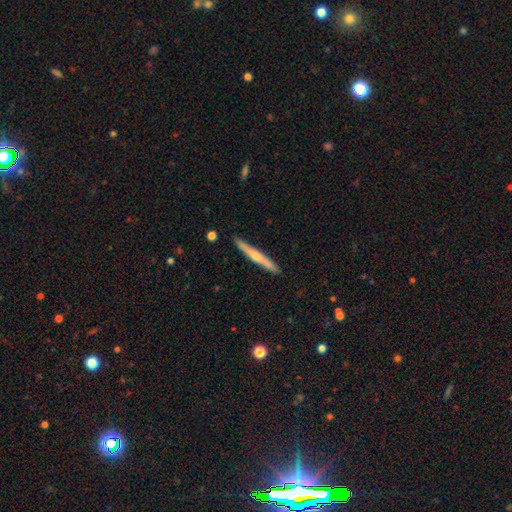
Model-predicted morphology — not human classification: Overall: featured or disk (65%; smooth 28%). Edge-on disk: yes (96%). Edge-on bulge: rounded (78%). Merging: none (88%).